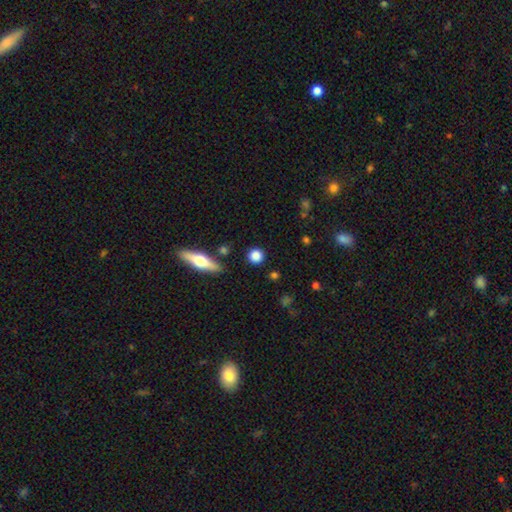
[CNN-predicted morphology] A smooth galaxy with no disk features (83%) that is round (90%). Merging: none (88%).